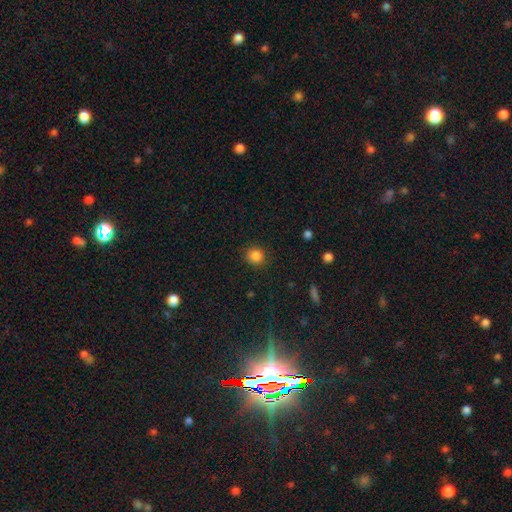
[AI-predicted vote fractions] Overall: smooth (85%). How rounded: round (86%). Merging: none (89%).